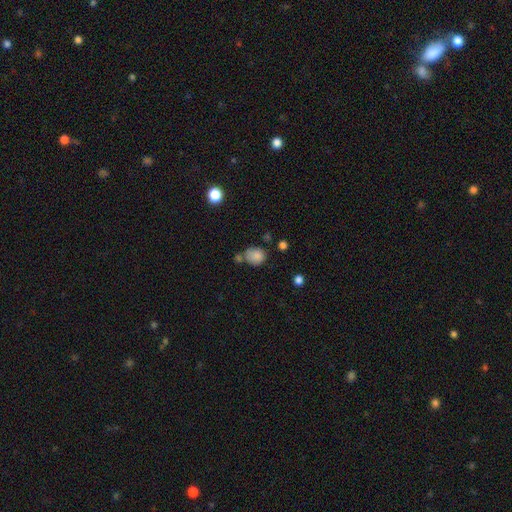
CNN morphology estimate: smooth_or_featured: smooth (p=0.83) [alt: star or artifact p=0.10]
how_rounded: round (p=0.59) [alt: in between p=0.40]
merging: none (p=0.53) [alt: merger p=0.21]